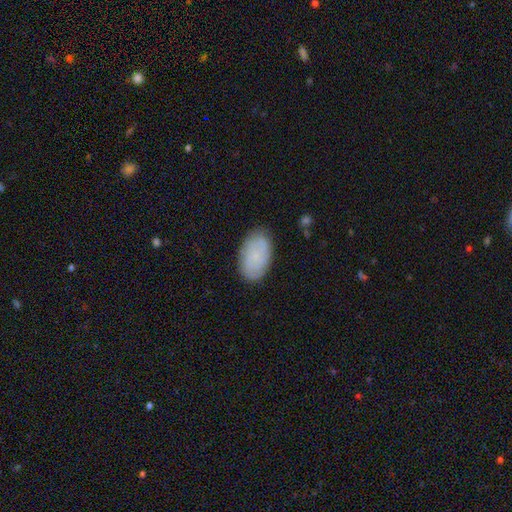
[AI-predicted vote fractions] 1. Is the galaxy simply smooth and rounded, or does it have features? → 64% smooth, 28% featured or disk, 8% star or artifact.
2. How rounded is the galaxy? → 93% in between, 5% round, 2% cigar-shaped.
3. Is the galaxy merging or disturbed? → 83% none, 13% minor disturbance, 3% major disturbance, 1% merger.